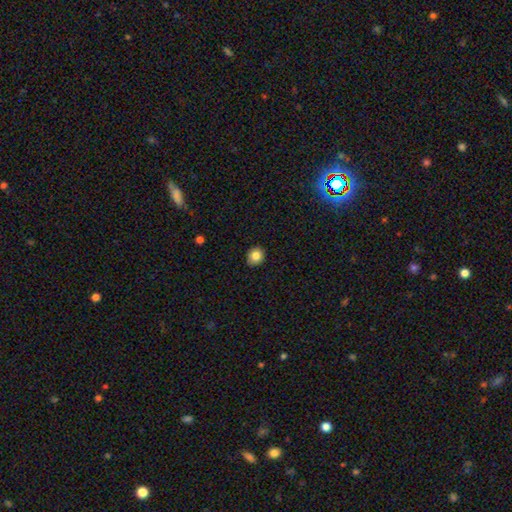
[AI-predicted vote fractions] This is clearly a smooth galaxy (83%). How rounded: likely round (75%). Merging: clearly none (89%).